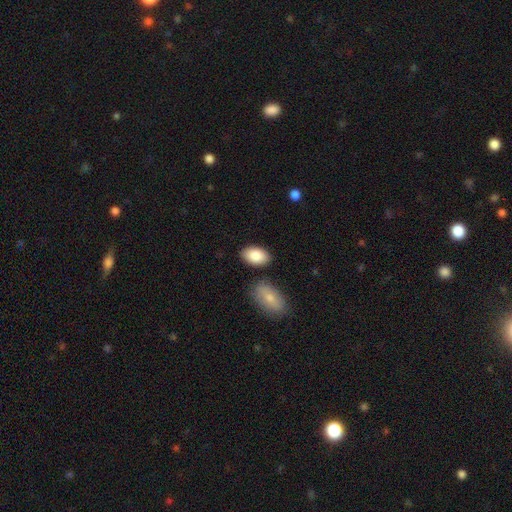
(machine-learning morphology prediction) smooth 86%, featured or disk 8%, star or artifact 6%. Down the decision tree: how rounded — in between (94%); merging — none (82%).